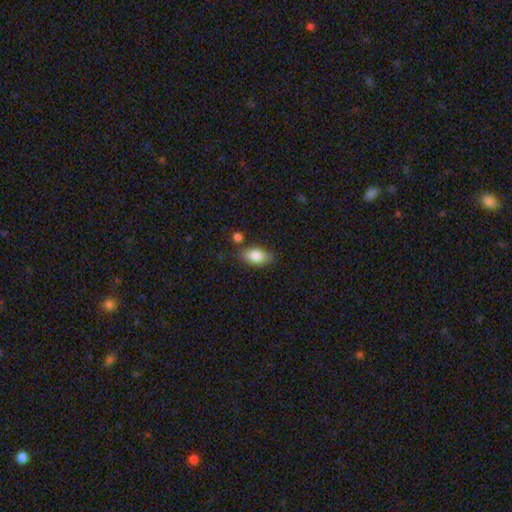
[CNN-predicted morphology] Smooth or featured? Predicted: smooth (p=0.83). How rounded? Predicted: in between (p=0.89). Merging? Predicted: none (p=0.77).